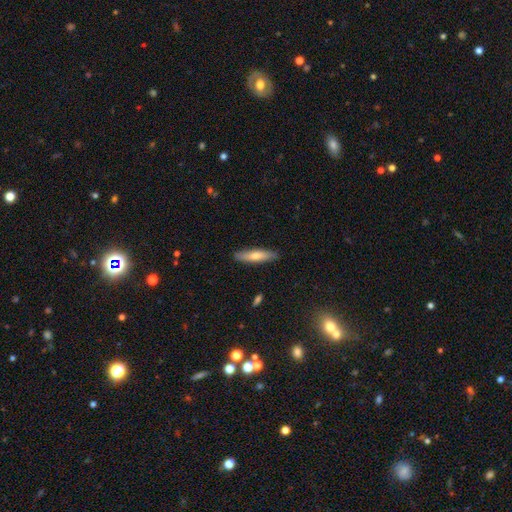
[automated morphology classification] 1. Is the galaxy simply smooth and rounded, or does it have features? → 58% smooth, 35% featured or disk, 7% star or artifact.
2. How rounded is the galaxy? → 83% cigar-shaped, 16% in between, 2% round.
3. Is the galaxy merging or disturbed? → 89% none, 8% minor disturbance, 2% major disturbance, 1% merger.